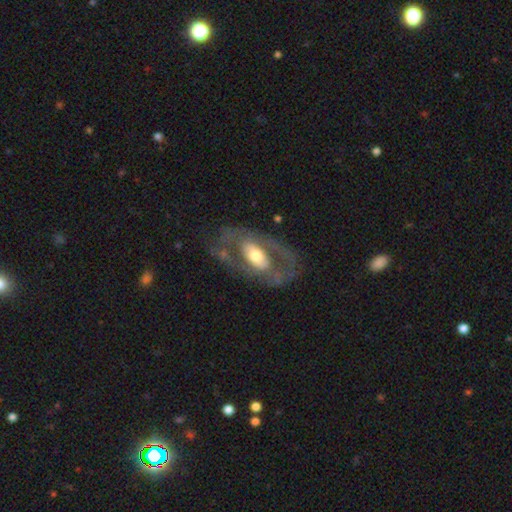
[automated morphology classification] Smooth or featured? featured or disk (71%)
Edge-on disk? no (90%)
Bar? no (54%)
Spiral arms? no (53%)
Bulge size? moderate (59%)
Merging? none (65%)